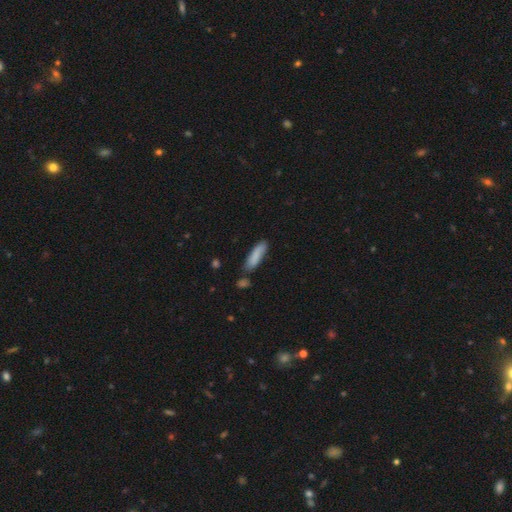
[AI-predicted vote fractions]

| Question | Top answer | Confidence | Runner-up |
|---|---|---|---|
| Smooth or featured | smooth | 84% | featured or disk (9%) |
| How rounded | cigar-shaped | 62% | in between (36%) |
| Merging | none | 68% | minor disturbance (19%) |